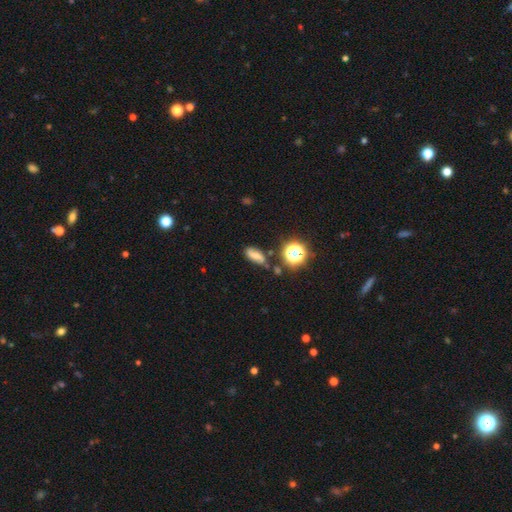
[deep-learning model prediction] smooth_or_featured: smooth (p=0.61) [alt: star or artifact p=0.20]
how_rounded: in between (p=0.64) [alt: cigar-shaped p=0.20]
merging: none (p=0.64) [alt: minor disturbance p=0.22]